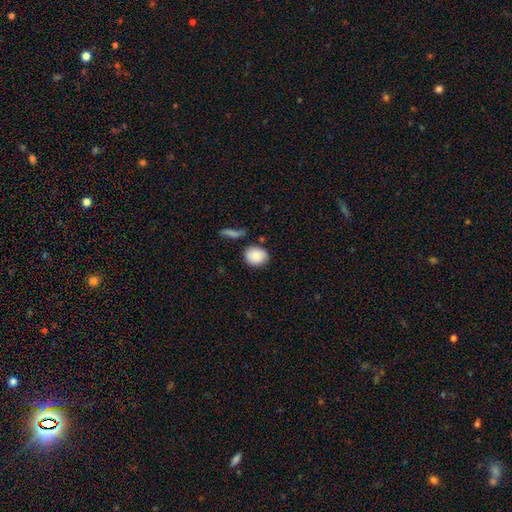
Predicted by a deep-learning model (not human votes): Q: Smooth or featured?
A: smooth (86%); runner-up: star or artifact (7%)
Q: How rounded?
A: round (65%); runner-up: in between (33%)
Q: Merging?
A: none (75%); runner-up: minor disturbance (15%)